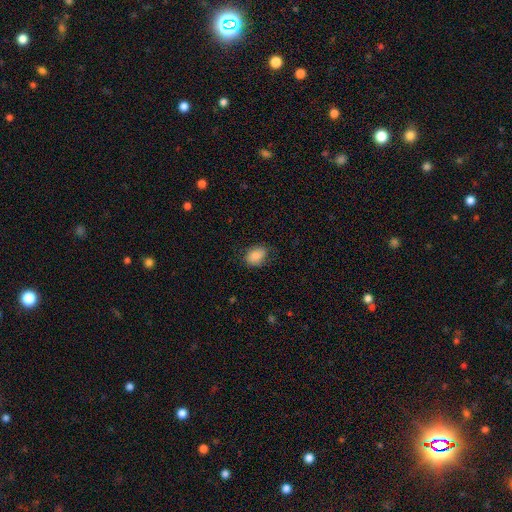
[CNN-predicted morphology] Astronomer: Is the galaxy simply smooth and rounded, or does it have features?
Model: smooth — 84%.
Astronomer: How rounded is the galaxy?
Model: in between — 72%.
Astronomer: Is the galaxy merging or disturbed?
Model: none — 75%.